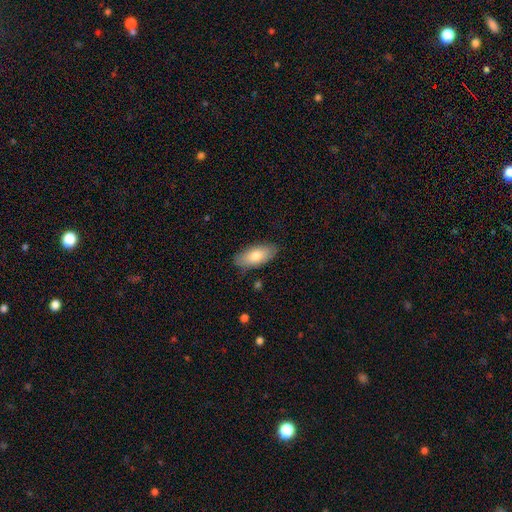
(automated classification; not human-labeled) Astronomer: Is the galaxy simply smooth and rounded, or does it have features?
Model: smooth — 78%.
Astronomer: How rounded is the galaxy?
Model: in between — 89%.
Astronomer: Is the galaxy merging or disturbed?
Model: none — 83%.